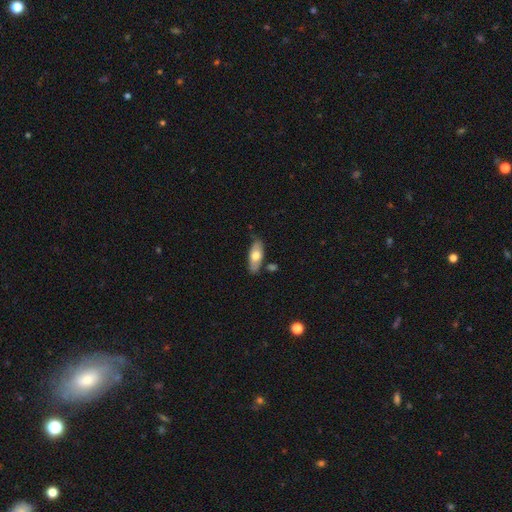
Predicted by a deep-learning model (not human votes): smooth_or_featured: smooth (p=0.60) [alt: featured or disk p=0.34]
how_rounded: in between (p=0.80) [alt: cigar-shaped p=0.17]
merging: none (p=0.75) [alt: minor disturbance p=0.16]